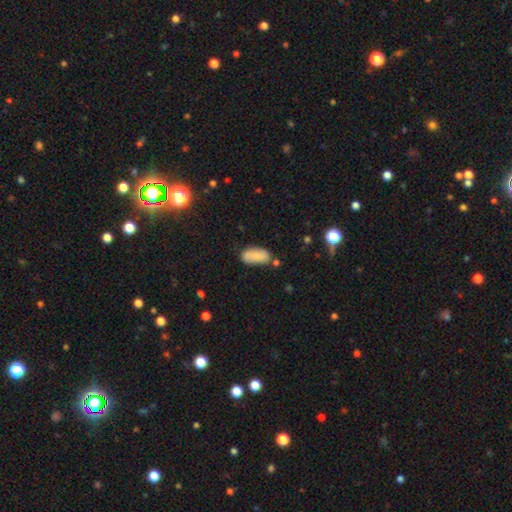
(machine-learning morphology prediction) The model was most divided on "merging": none: 66%, minor disturbance: 21%, merger: 8%, major disturbance: 5%. More confident: how rounded — in between (89%); smooth or featured — smooth (76%).